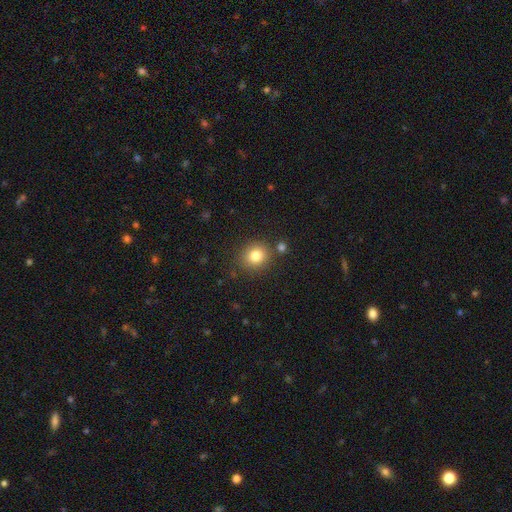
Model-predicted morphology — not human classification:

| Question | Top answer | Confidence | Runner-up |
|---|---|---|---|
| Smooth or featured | smooth | 82% | star or artifact (11%) |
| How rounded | round | 83% | in between (16%) |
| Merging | none | 82% | minor disturbance (9%) |